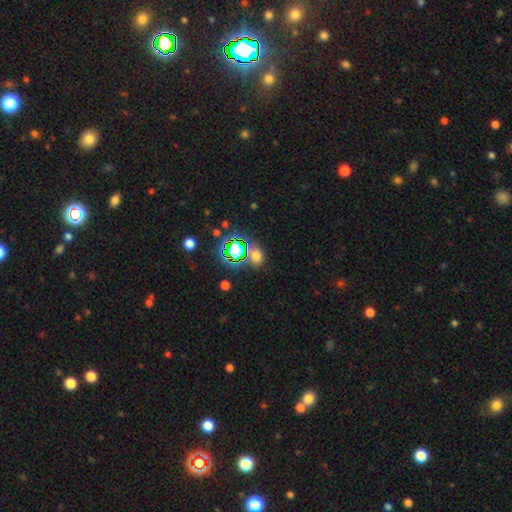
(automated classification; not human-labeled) Smooth or featured: smooth — 56% (star or artifact — 36%)
How rounded: round — 53% (in between — 45%)
Merging: none — 68% (merger — 13%)